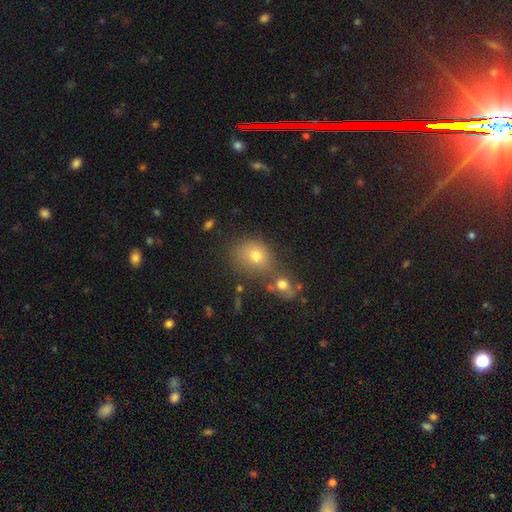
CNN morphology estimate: Q: Smooth or featured?
A: smooth (74%); runner-up: star or artifact (14%)
Q: How rounded?
A: round (61%); runner-up: in between (38%)
Q: Merging?
A: none (50%); runner-up: merger (31%)